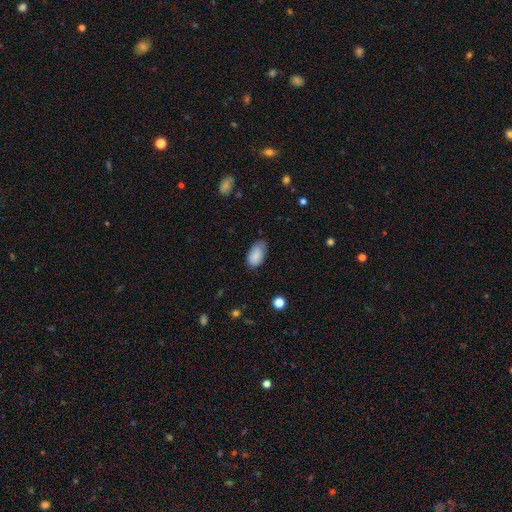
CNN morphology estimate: type=smooth (85%); roundness=in between (94%); merging=none (65%).